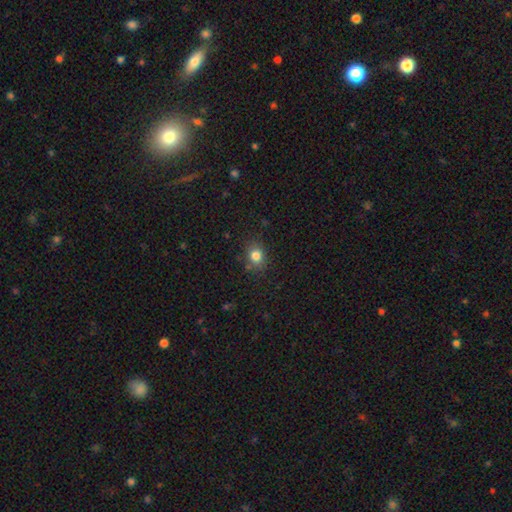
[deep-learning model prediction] Q: Smooth or featured?
A: smooth (82%); runner-up: star or artifact (12%)
Q: How rounded?
A: round (60%); runner-up: in between (39%)
Q: Merging?
A: none (80%); runner-up: minor disturbance (14%)